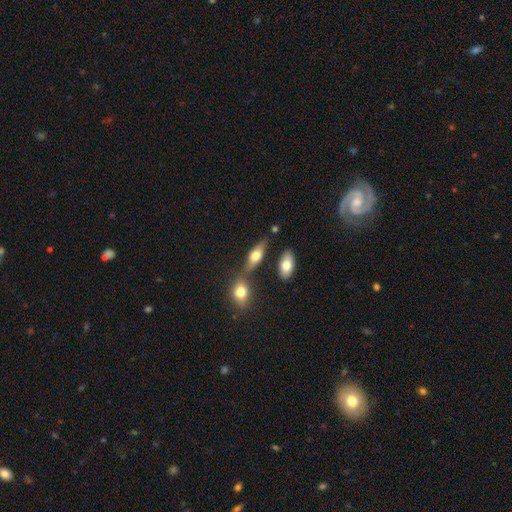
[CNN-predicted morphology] smooth_or_featured: smooth (p=0.56) [alt: featured or disk p=0.35]
how_rounded: in between (p=0.64) [alt: cigar-shaped p=0.29]
merging: none (p=0.63) [alt: merger p=0.18]